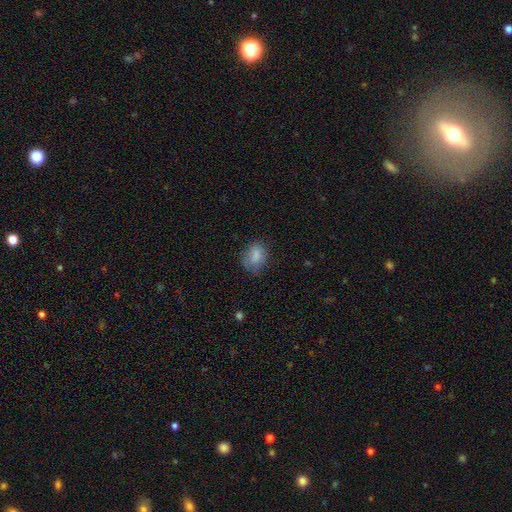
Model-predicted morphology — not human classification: smooth-or-featured: smooth: 82% | featured or disk: 9% | star or artifact: 9%
  how-rounded: in between: 66% | round: 33% | cigar-shaped: 2%
  merging: none: 68% | minor disturbance: 23% | major disturbance: 7% | merger: 2%